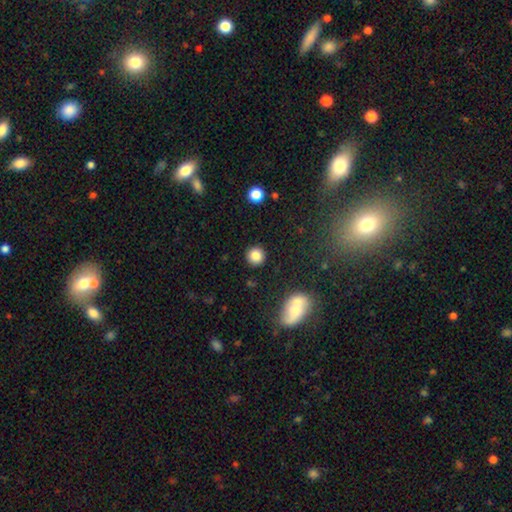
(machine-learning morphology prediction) Overall: smooth (84%). How rounded: round (92%). Merging: none (90%).